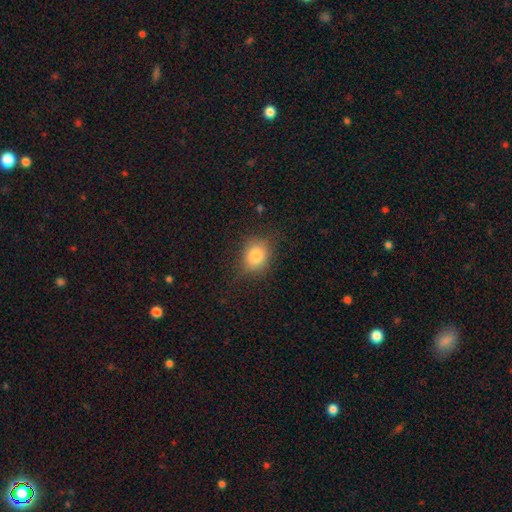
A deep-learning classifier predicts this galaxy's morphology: A smooth galaxy with no disk features (82%) that is round (55%).

Vote fractions:
- Smooth or featured? smooth: 82% / star or artifact: 10% / featured or disk: 8%
- How rounded? round: 55% / in between: 44% / cigar-shaped: 1%
- Merging? none: 75% / minor disturbance: 18% / major disturbance: 6% / merger: 1%